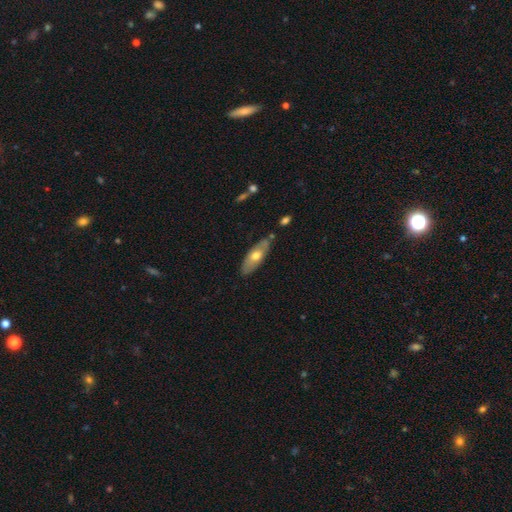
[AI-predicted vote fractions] A smooth galaxy with no disk features (52%) that is in between round and cigar-shaped (69%).

Vote fractions:
- Smooth or featured? smooth: 52% / featured or disk: 42% / star or artifact: 5%
- How rounded? in between: 69% / cigar-shaped: 28% / round: 3%
- Merging? none: 78% / minor disturbance: 16% / merger: 4% / major disturbance: 3%